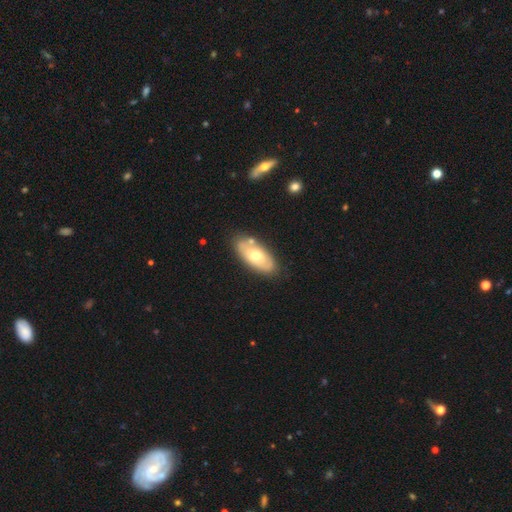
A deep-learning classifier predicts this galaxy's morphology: A smooth galaxy with no disk features (54%) that is in between round and cigar-shaped (89%).

Vote fractions:
- Smooth or featured? smooth: 54% / featured or disk: 41% / star or artifact: 6%
- How rounded? in between: 89% / cigar-shaped: 8% / round: 3%
- Merging? none: 77% / minor disturbance: 14% / merger: 6% / major disturbance: 3%